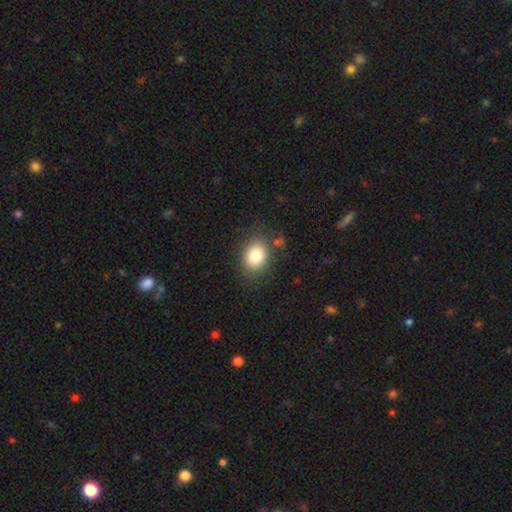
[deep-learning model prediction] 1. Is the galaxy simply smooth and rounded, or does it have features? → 83% smooth, 9% star or artifact, 7% featured or disk.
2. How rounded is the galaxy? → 58% in between, 41% round, 1% cigar-shaped.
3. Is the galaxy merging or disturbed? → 79% none, 13% minor disturbance, 5% major disturbance, 3% merger.